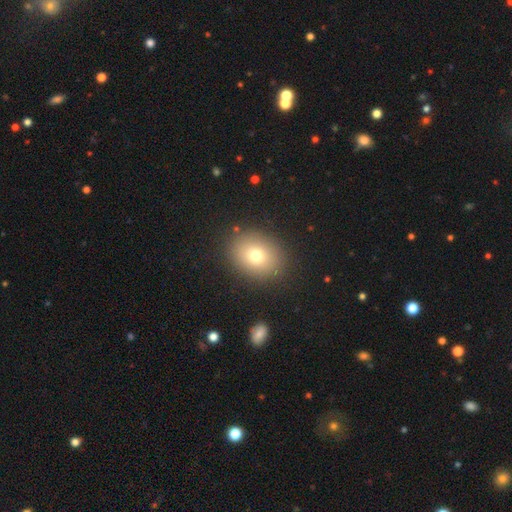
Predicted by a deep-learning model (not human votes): Q: Smooth or featured?
A: smooth (74%); runner-up: star or artifact (13%)
Q: How rounded?
A: in between (50%); runner-up: round (49%)
Q: Merging?
A: none (87%); runner-up: minor disturbance (8%)